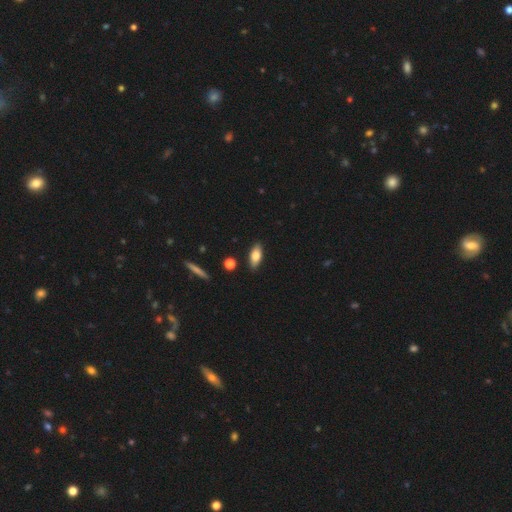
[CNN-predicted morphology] Q: Smooth or featured?
A: smooth (76%); runner-up: featured or disk (18%)
Q: How rounded?
A: in between (81%); runner-up: cigar-shaped (16%)
Q: Merging?
A: none (87%); runner-up: minor disturbance (10%)